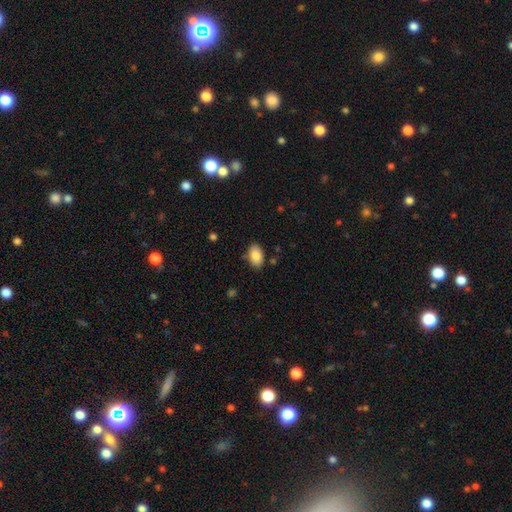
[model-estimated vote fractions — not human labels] This is clearly a smooth galaxy (87%). How rounded: clearly in between (93%). Merging: clearly none (83%).